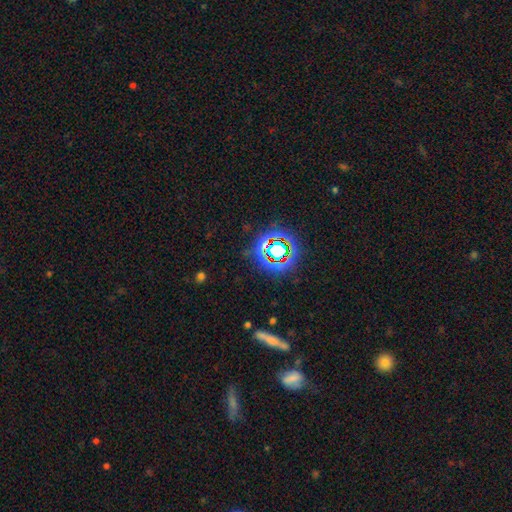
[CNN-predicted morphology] Smooth or featured? Predicted: star or artifact (p=0.73).